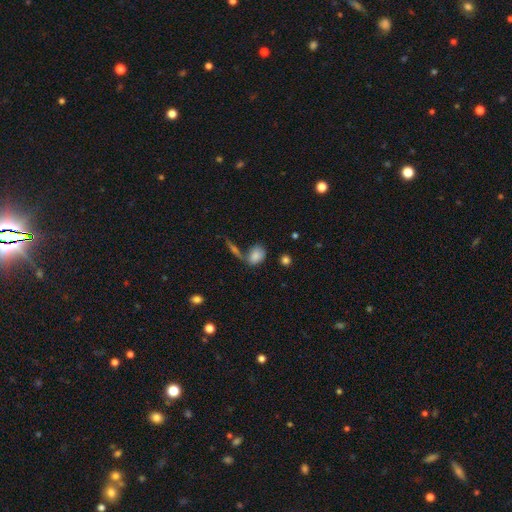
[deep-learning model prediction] Overall: smooth (78%). How rounded: in between (70%). Merging: none (49%; merger 24%).